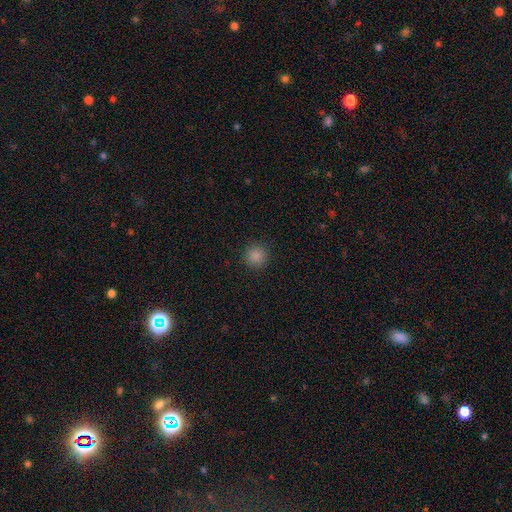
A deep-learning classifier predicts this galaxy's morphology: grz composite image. It shows a smooth galaxy with no disk features (86%) that is round (94%). Merging: none (91%).